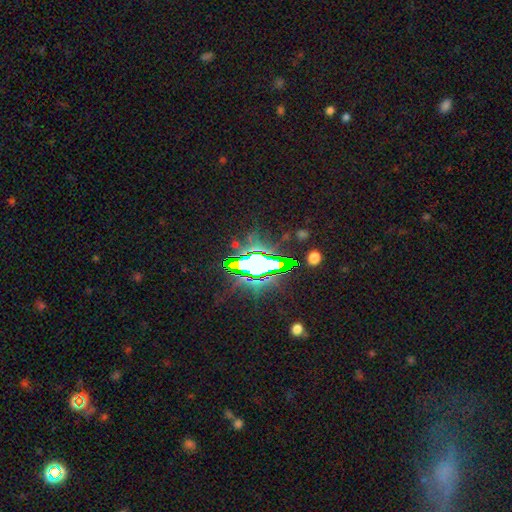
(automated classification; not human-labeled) A star or artifact, not a galaxy (82%).